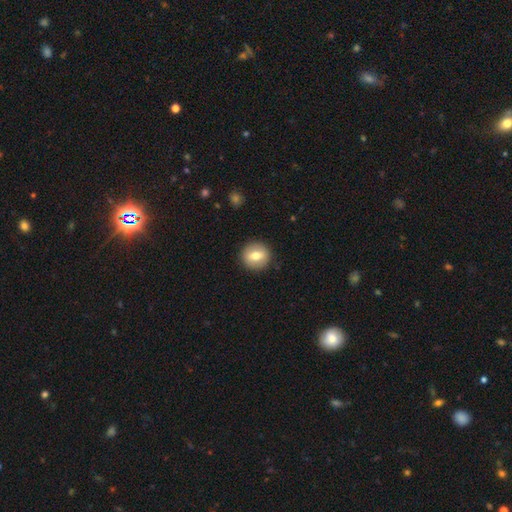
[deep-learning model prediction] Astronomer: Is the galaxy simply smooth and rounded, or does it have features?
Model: smooth — 66%.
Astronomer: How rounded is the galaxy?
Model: round — 89%.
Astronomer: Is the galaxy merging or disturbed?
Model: none — 90%.